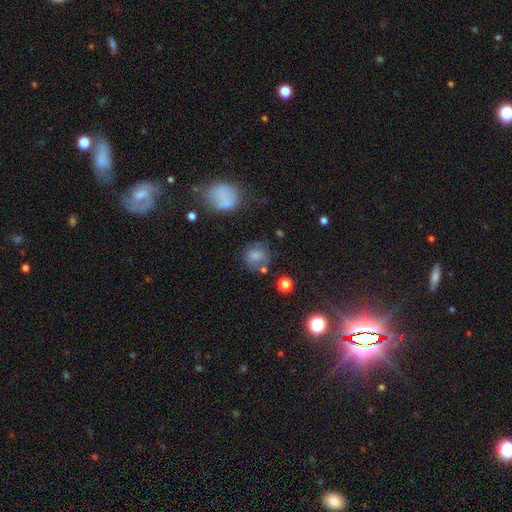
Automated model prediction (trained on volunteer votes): This appears to be a smooth galaxy with no disk features (68%) that is round (73%). Merging: none (56%).